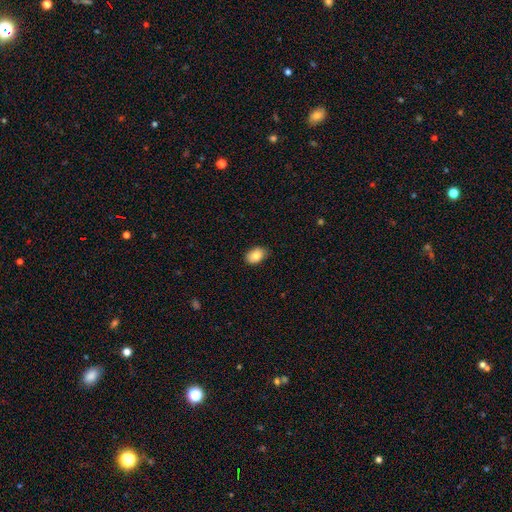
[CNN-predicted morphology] A smooth galaxy with no disk features (85%) that is in between round and cigar-shaped (84%).

Vote fractions:
- Smooth or featured? smooth: 85% / featured or disk: 8% / star or artifact: 8%
- How rounded? in between: 84% / round: 15% / cigar-shaped: 1%
- Merging? none: 84% / minor disturbance: 13% / major disturbance: 2% / merger: 1%